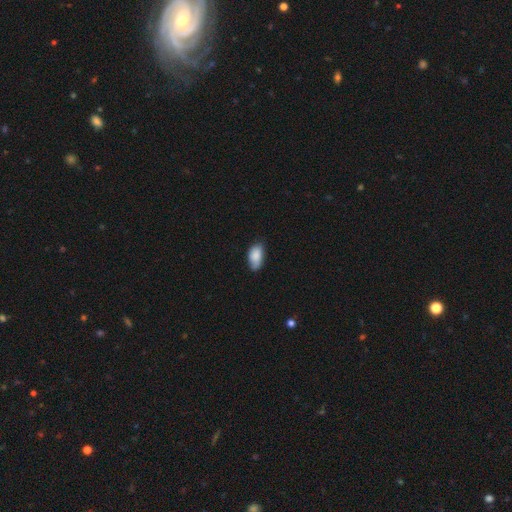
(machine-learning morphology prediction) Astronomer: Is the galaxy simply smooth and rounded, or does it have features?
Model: smooth — 84%.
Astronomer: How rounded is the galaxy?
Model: in between — 93%.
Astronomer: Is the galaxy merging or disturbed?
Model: none — 64%.